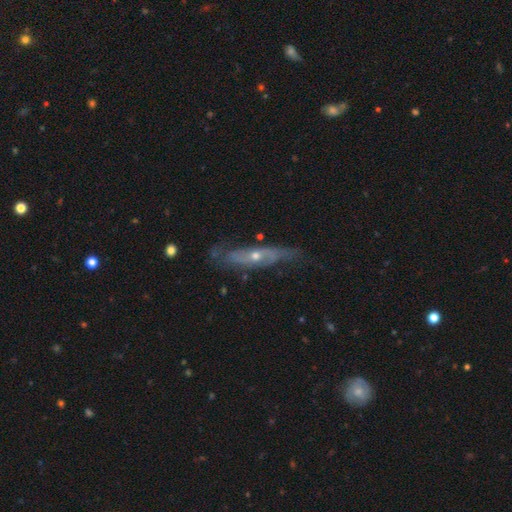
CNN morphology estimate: Smooth or featured? featured or disk (69%)
Edge-on disk? yes (53%)
Merging? none (63%)